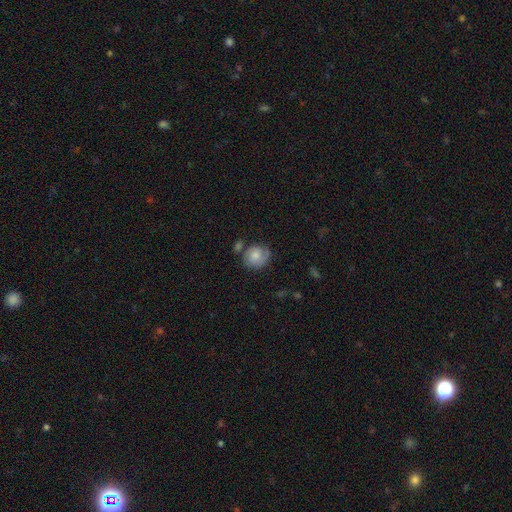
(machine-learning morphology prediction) Overall: smooth (61%; featured or disk 31%). How rounded: round (75%). Merging: none (59%; minor disturbance 23%).